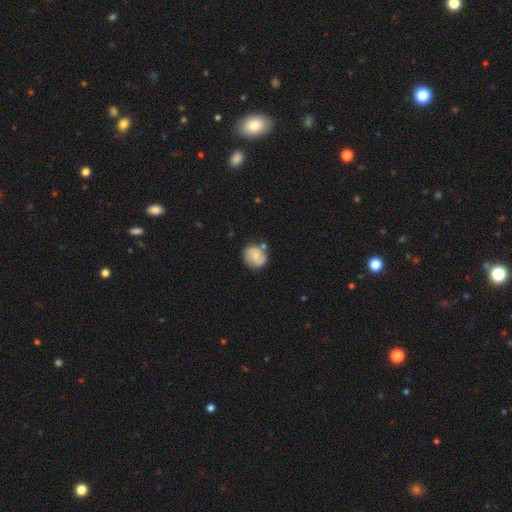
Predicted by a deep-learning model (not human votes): smooth 48%, featured or disk 45%, star or artifact 7%. Down the decision tree: merging — none (70%).